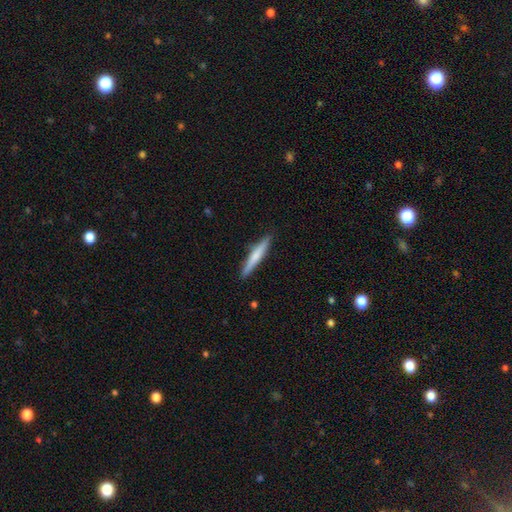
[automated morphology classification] Smooth or featured: smooth — 60% (featured or disk — 35%)
How rounded: cigar-shaped — 94% (in between — 4%)
Merging: none — 90% (minor disturbance — 8%)